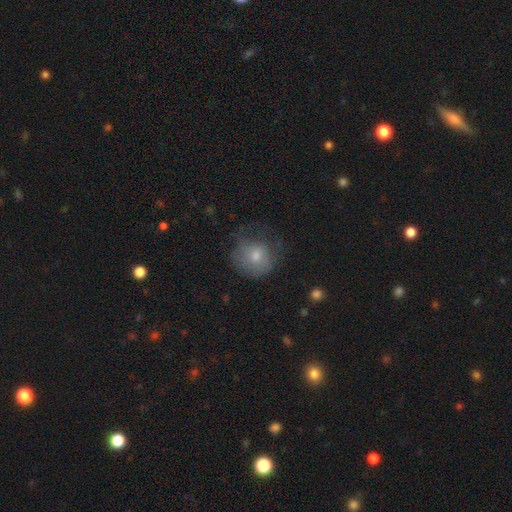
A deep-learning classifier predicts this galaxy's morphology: smooth_or_featured: smooth (p=0.69) [alt: featured or disk p=0.21]
how_rounded: round (p=0.80) [alt: in between p=0.19]
merging: none (p=0.45) [alt: minor disturbance p=0.27]